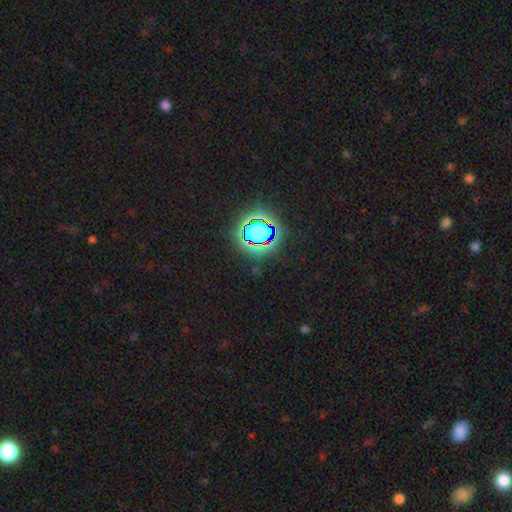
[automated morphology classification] This appears to be a star or artifact, not a galaxy (77%).